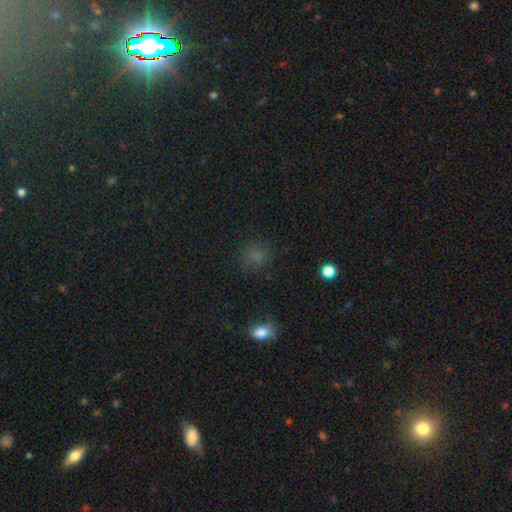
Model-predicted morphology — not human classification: Smooth or featured: smooth — 73% (star or artifact — 21%)
How rounded: round — 83% (in between — 16%)
Merging: none — 81% (minor disturbance — 12%)